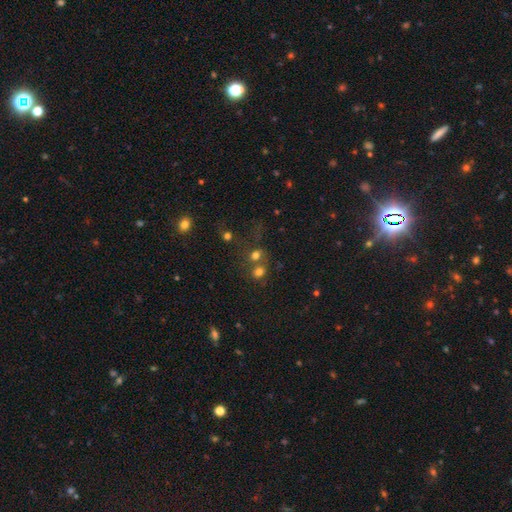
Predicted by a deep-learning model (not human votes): smooth 69%, star or artifact 20%, featured or disk 11%. Down the decision tree: how rounded — round (69%); merging — merger (46%).